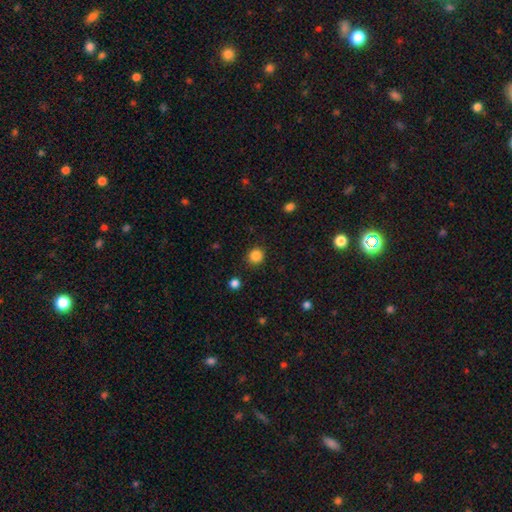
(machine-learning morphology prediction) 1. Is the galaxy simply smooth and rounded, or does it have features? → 85% smooth, 11% star or artifact, 4% featured or disk.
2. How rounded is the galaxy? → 92% round, 7% in between, 1% cigar-shaped.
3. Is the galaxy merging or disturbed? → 89% none, 7% minor disturbance, 2% major disturbance, 1% merger.